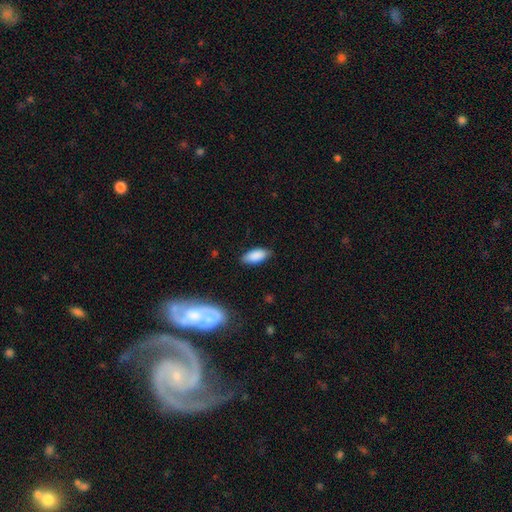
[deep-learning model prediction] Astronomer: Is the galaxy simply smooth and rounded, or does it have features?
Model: smooth — 87%.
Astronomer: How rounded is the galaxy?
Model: in between — 88%.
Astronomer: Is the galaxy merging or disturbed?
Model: none — 82%.